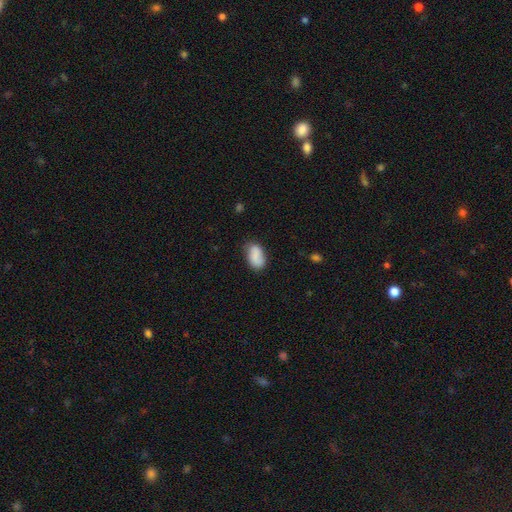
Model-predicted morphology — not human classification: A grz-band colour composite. It shows a smooth galaxy with no disk features (81%) that is in between round and cigar-shaped (92%). Merging: none (71%).